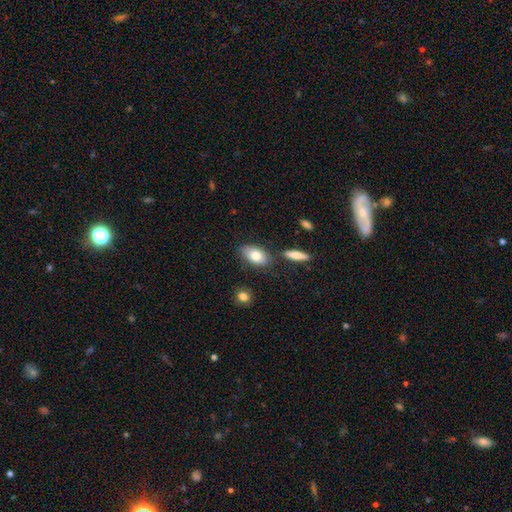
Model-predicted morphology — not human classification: smooth-or-featured: smooth: 79% | featured or disk: 14% | star or artifact: 7%
  how-rounded: in between: 90% | round: 6% | cigar-shaped: 4%
  merging: none: 74% | minor disturbance: 15% | merger: 8% | major disturbance: 3%